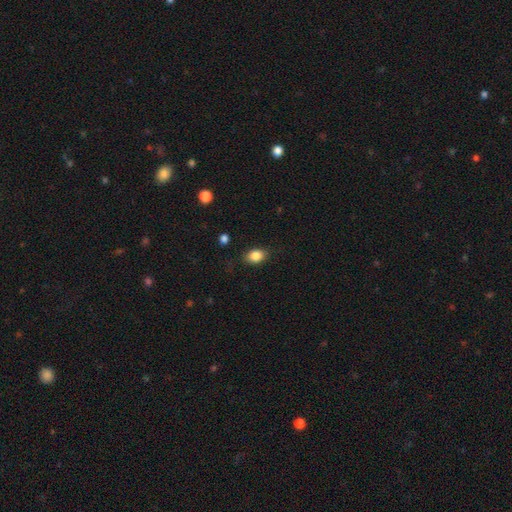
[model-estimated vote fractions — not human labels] Q: Smooth or featured?
A: smooth (85%); runner-up: star or artifact (9%)
Q: How rounded?
A: in between (76%); runner-up: round (23%)
Q: Merging?
A: none (83%); runner-up: minor disturbance (13%)